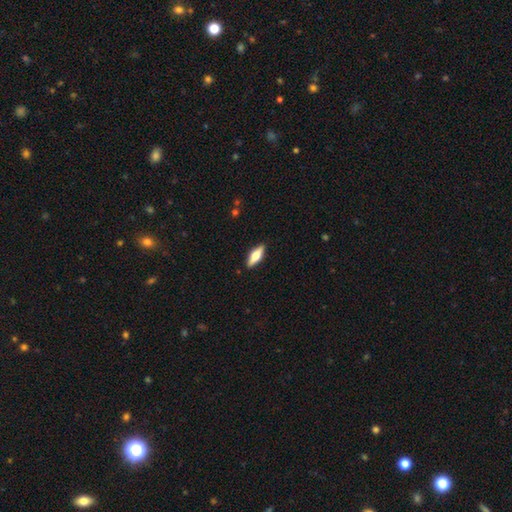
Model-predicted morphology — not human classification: Overall: smooth (49%; featured or disk 45%). Merging: none (90%).